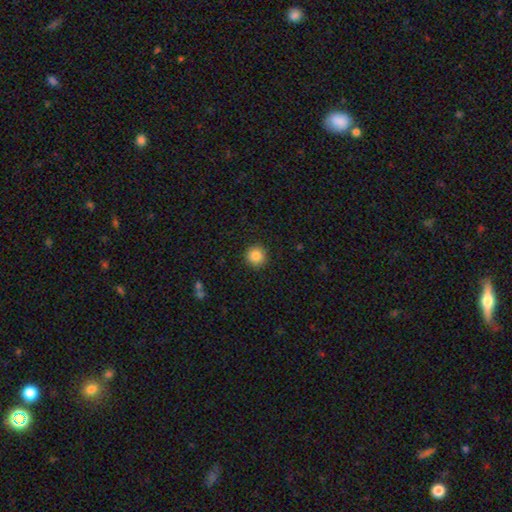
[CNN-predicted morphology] A smooth galaxy with no disk features (86%) that is round (95%).

Vote fractions:
- Smooth or featured? smooth: 86% / star or artifact: 10% / featured or disk: 4%
- How rounded? round: 95% / in between: 4% / cigar-shaped: 1%
- Merging? none: 92% / minor disturbance: 5% / major disturbance: 2% / merger: 1%